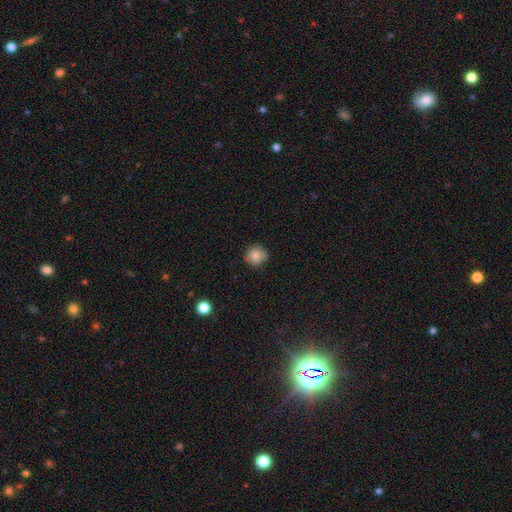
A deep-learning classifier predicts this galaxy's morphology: This appears to be a smooth galaxy with no disk features (85%) that is round (90%). Merging: none (81%).